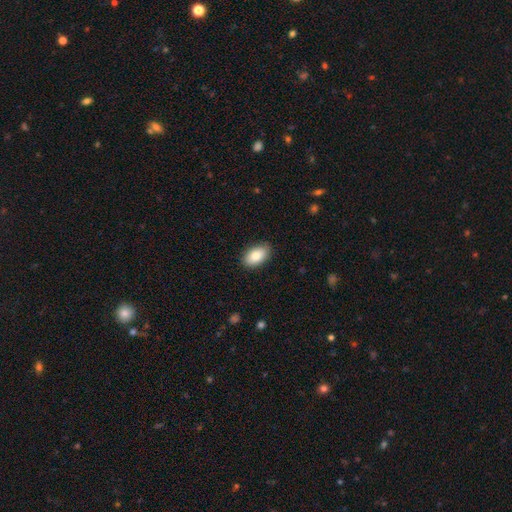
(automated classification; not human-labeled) This appears to be a smooth galaxy with no disk features (82%) that is in between round and cigar-shaped (93%). Merging: none (87%).